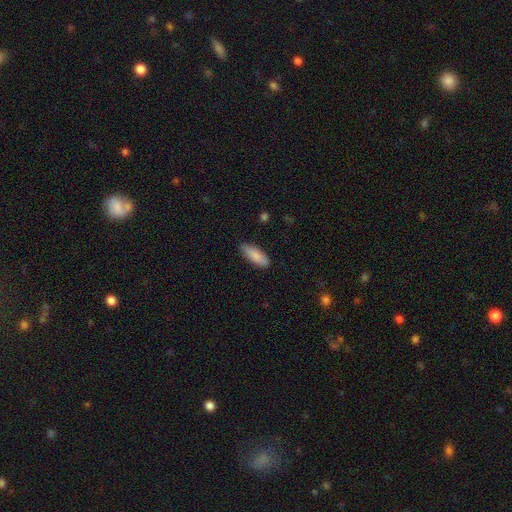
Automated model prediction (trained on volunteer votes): The model was most divided on "how rounded": in between: 70%, cigar-shaped: 28%, round: 2%. More confident: smooth or featured — smooth (85%); merging — none (84%).